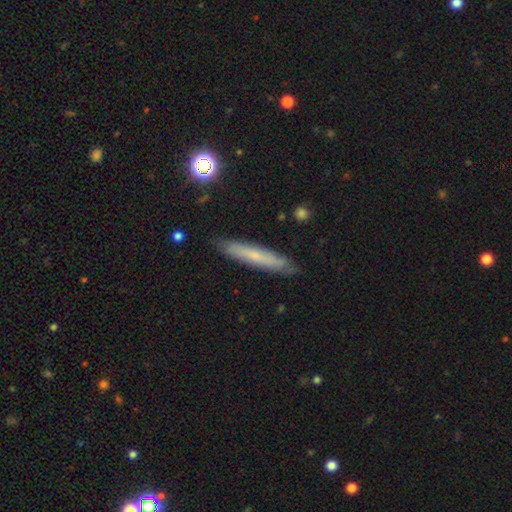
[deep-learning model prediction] This appears to be a smooth galaxy with no disk features (56%) that is cigar-shaped (93%). Merging: none (87%).